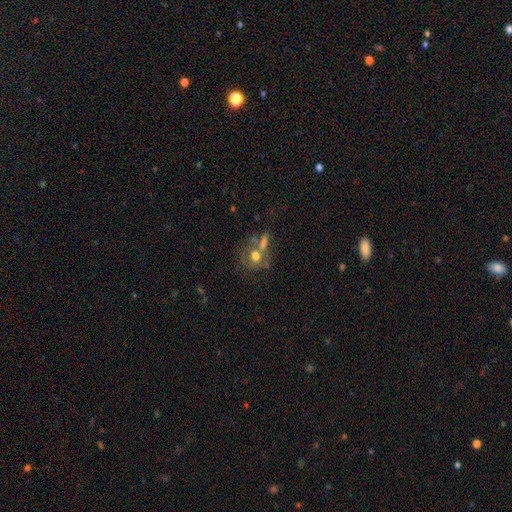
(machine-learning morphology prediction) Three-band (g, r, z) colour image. It shows a smooth galaxy with no disk features (58%) that is round (66%). Merging: none (41%).